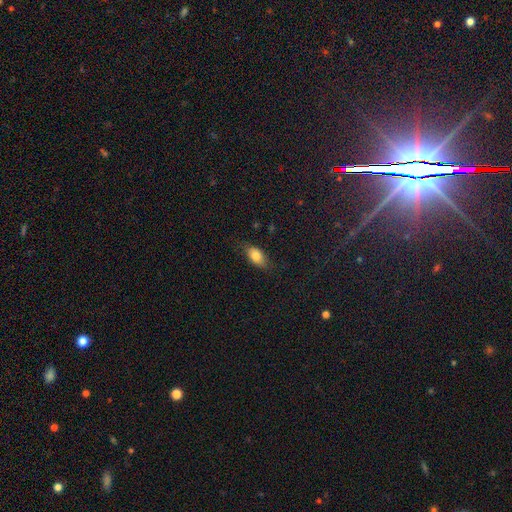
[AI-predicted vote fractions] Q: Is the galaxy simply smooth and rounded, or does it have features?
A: smooth — 80%.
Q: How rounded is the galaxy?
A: in between — 88%.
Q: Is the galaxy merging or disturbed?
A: none — 77%.